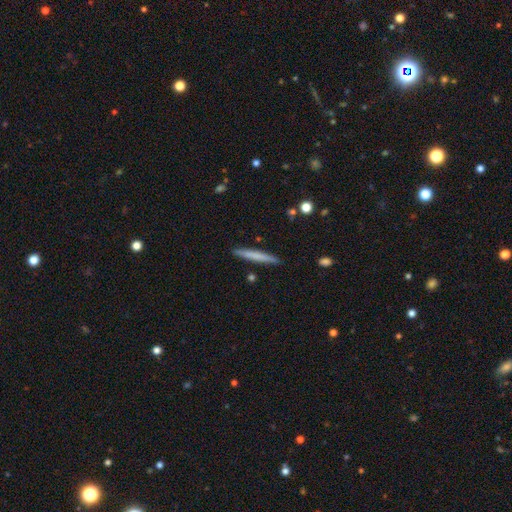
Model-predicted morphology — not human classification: Q: Smooth or featured?
A: smooth (67%); runner-up: featured or disk (27%)
Q: How rounded?
A: cigar-shaped (96%); runner-up: in between (3%)
Q: Merging?
A: none (90%); runner-up: minor disturbance (7%)